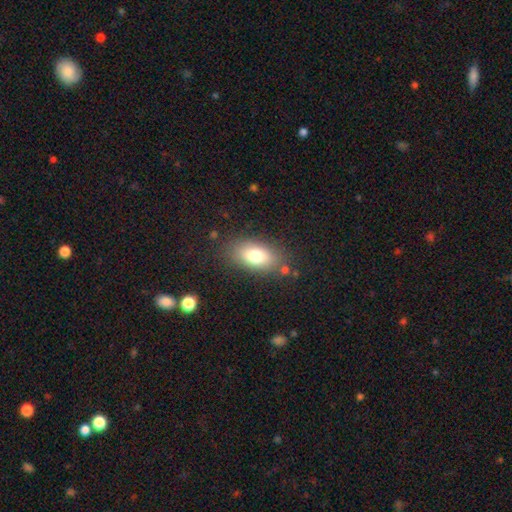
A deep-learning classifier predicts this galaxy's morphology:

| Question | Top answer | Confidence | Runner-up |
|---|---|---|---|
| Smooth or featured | smooth | 76% | featured or disk (15%) |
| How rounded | in between | 88% | round (7%) |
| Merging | none | 80% | minor disturbance (12%) |